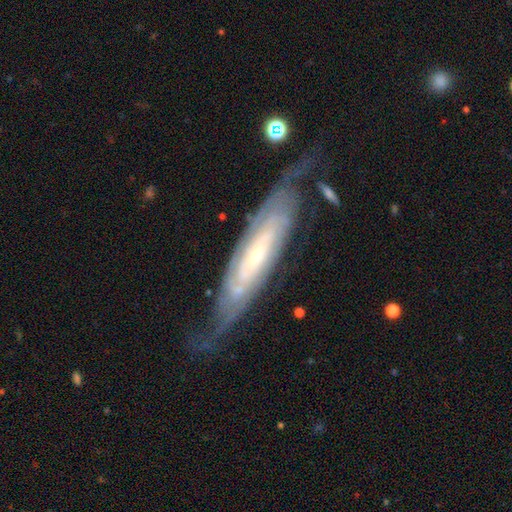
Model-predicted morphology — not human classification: featured or disk 82%, smooth 12%, star or artifact 6%. Down the decision tree: edge-on disk — no (76%); bar — no (53%); spiral arms — yes (93%); spiral arm count — can't tell (46%); spiral winding — tight (64%); bulge size — small (68%); merging — none (63%).